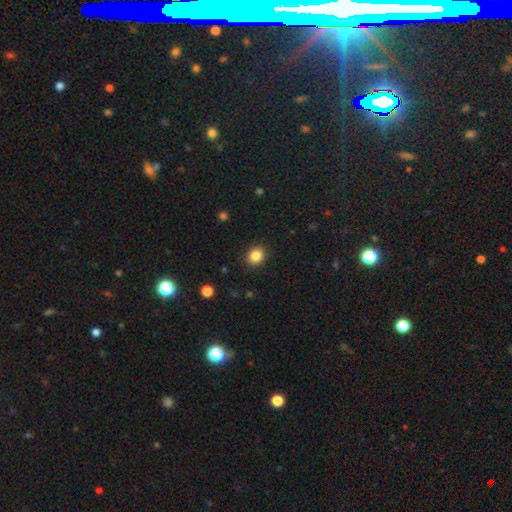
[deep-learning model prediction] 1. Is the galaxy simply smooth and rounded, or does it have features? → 85% smooth, 11% star or artifact, 5% featured or disk.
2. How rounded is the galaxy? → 82% round, 17% in between, 1% cigar-shaped.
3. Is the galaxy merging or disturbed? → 91% none, 6% minor disturbance, 2% major disturbance, 1% merger.